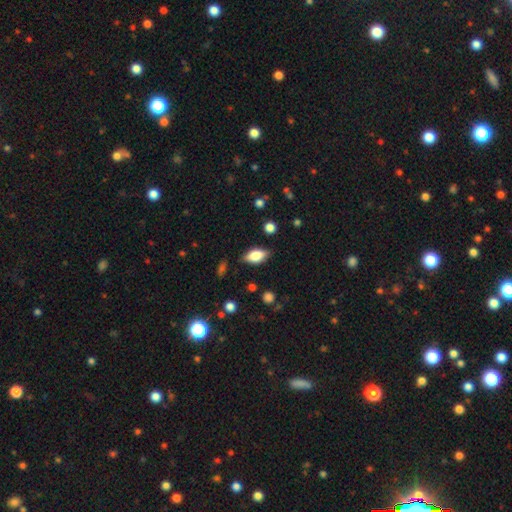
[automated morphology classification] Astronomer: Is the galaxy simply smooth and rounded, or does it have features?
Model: smooth — 67%.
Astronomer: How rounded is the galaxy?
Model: in between — 85%.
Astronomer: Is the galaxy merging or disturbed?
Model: none — 81%.